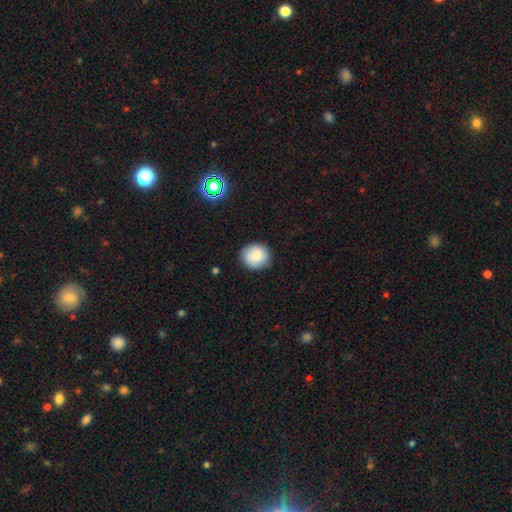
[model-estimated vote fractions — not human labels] smooth 72%, featured or disk 19%, star or artifact 8%. Down the decision tree: how rounded — round (81%); merging — none (85%).